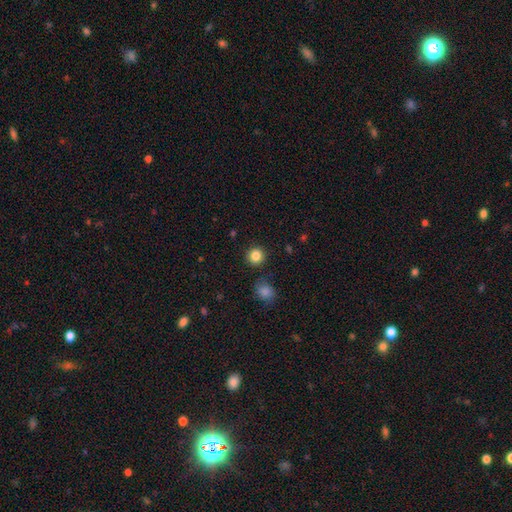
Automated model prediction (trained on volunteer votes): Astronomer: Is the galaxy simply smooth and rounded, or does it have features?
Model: smooth — 84%.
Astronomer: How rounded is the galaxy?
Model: round — 92%.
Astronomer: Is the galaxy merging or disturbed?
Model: none — 88%.